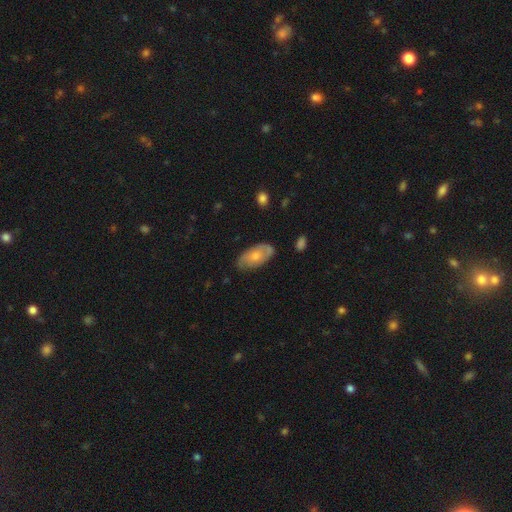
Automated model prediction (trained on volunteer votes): A smooth galaxy with no disk features (54%) that is in between round and cigar-shaped (93%).

Vote fractions:
- Smooth or featured? smooth: 54% / featured or disk: 40% / star or artifact: 6%
- How rounded? in between: 93% / round: 4% / cigar-shaped: 3%
- Merging? none: 70% / minor disturbance: 23% / major disturbance: 5% / merger: 2%